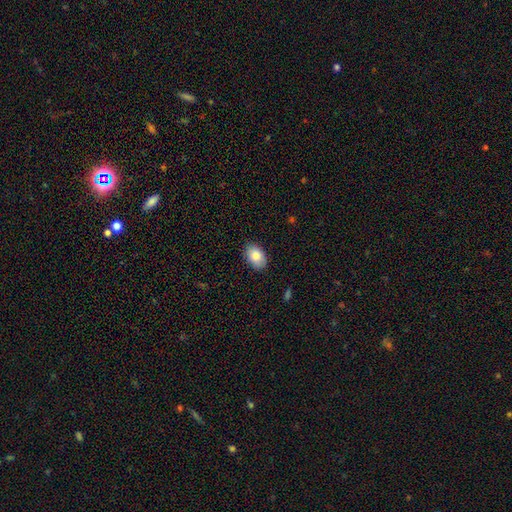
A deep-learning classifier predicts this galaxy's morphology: smooth_or_featured: smooth (p=0.85) [alt: featured or disk p=0.08]
how_rounded: in between (p=0.89) [alt: round p=0.10]
merging: none (p=0.86) [alt: minor disturbance p=0.11]